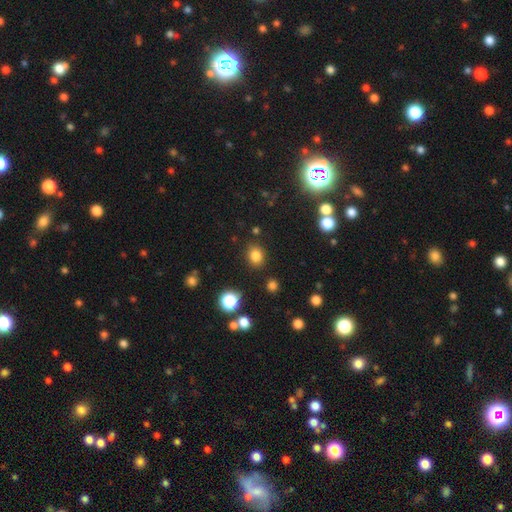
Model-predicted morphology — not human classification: A smooth galaxy with no disk features (81%) that is round (63%).

Vote fractions:
- Smooth or featured? smooth: 81% / star or artifact: 14% / featured or disk: 5%
- How rounded? round: 63% / in between: 36% / cigar-shaped: 1%
- Merging? none: 84% / minor disturbance: 10% / major disturbance: 3% / merger: 3%